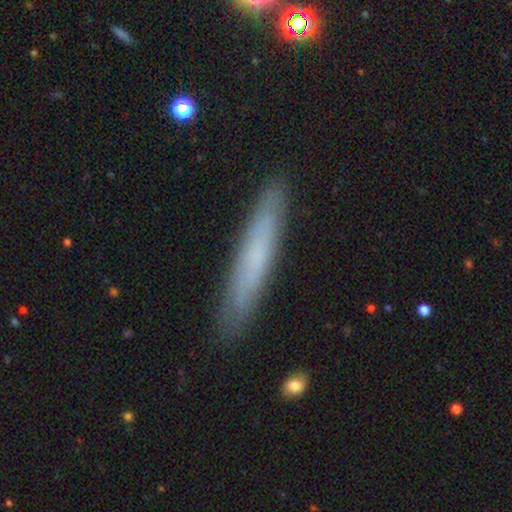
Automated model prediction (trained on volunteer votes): A smooth galaxy with no disk features (56%) that is cigar-shaped (94%).

Vote fractions:
- Smooth or featured? smooth: 56% / featured or disk: 36% / star or artifact: 7%
- How rounded? cigar-shaped: 94% / in between: 5% / round: 1%
- Merging? none: 89% / minor disturbance: 9% / major disturbance: 2% / merger: 1%